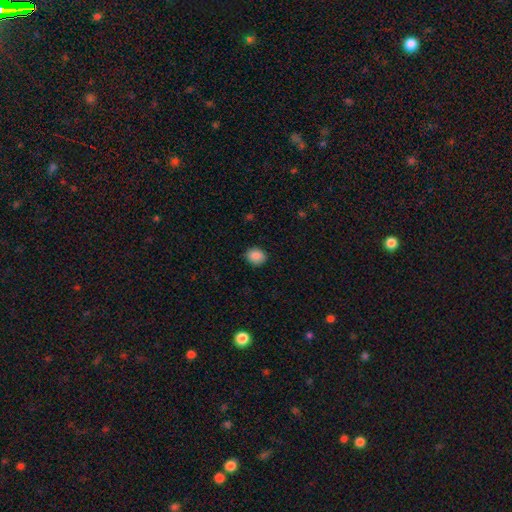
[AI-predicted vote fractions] Smooth or featured? Predicted: smooth (p=0.86). How rounded? Predicted: round (p=0.62). Merging? Predicted: none (p=0.88).